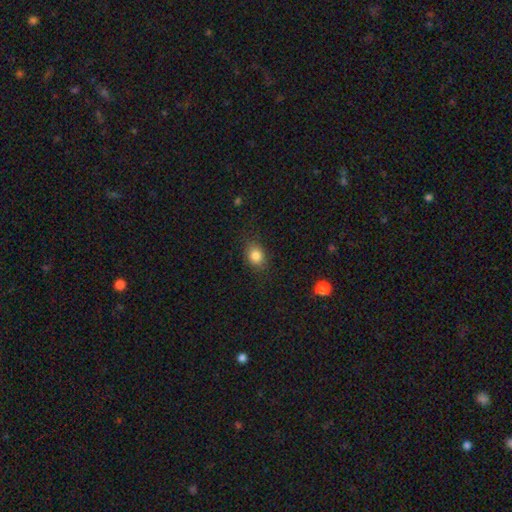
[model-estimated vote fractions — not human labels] A smooth galaxy with no disk features (84%) that is in between round and cigar-shaped (52%).

Vote fractions:
- Smooth or featured? smooth: 84% / star or artifact: 10% / featured or disk: 6%
- How rounded? in between: 52% / round: 47% / cigar-shaped: 1%
- Merging? none: 81% / minor disturbance: 14% / major disturbance: 4% / merger: 1%